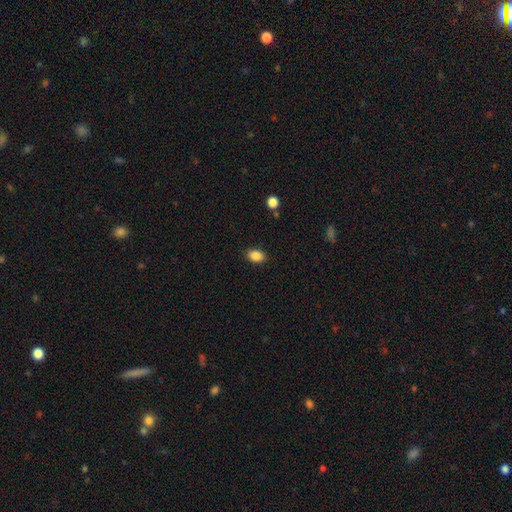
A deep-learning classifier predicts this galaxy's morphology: A smooth galaxy with no disk features (87%) that is in between round and cigar-shaped (82%). Merging: none (87%).